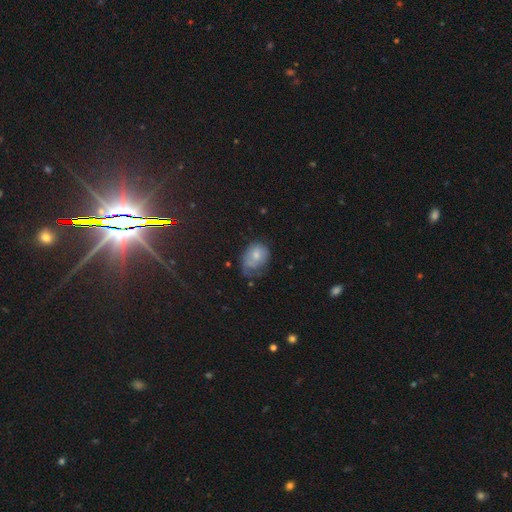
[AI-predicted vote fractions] A smooth galaxy with no disk features (59%) that is in between round and cigar-shaped (70%).

Vote fractions:
- Smooth or featured? smooth: 59% / featured or disk: 31% / star or artifact: 10%
- How rounded? in between: 70% / round: 29% / cigar-shaped: 1%
- Merging? minor disturbance: 36% / none: 35% / major disturbance: 25% / merger: 3%